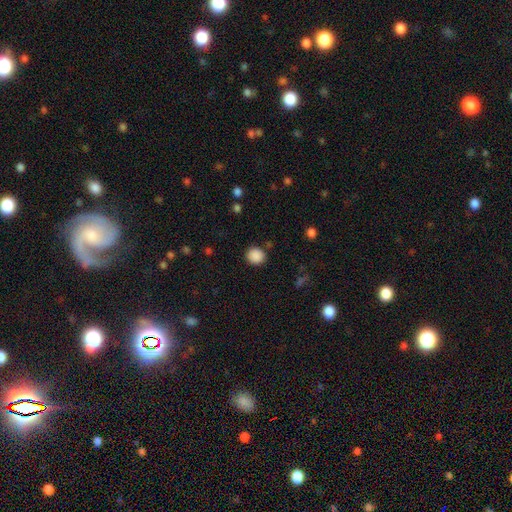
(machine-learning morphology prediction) type=smooth (88%); roundness=round (86%); merging=none (87%).